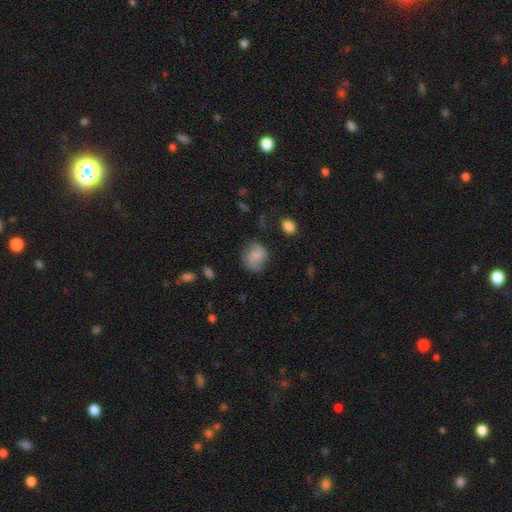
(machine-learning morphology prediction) Q: Smooth or featured?
A: smooth (59%); runner-up: featured or disk (33%)
Q: How rounded?
A: round (66%); runner-up: in between (33%)
Q: Merging?
A: none (67%); runner-up: minor disturbance (23%)